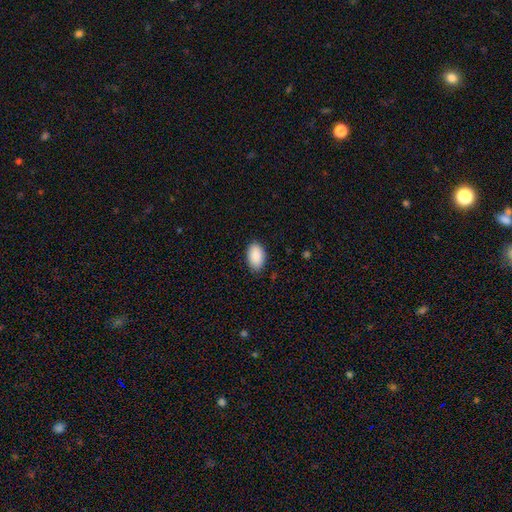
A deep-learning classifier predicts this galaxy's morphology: smooth_or_featured: smooth (p=0.91) [alt: star or artifact p=0.06]
how_rounded: in between (p=0.94) [alt: round p=0.05]
merging: none (p=0.86) [alt: minor disturbance p=0.11]